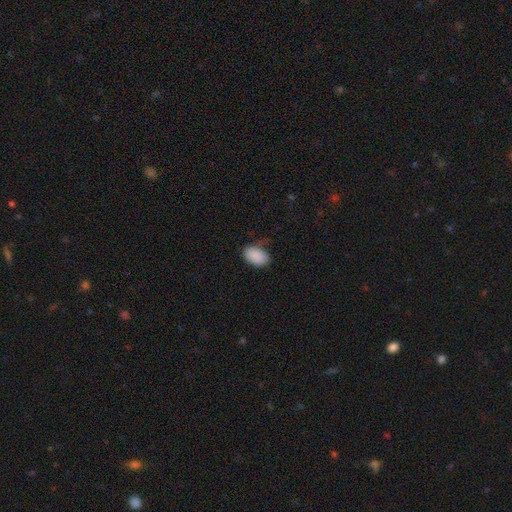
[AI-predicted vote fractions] Q: Smooth or featured?
A: smooth (89%); runner-up: star or artifact (7%)
Q: How rounded?
A: in between (92%); runner-up: round (7%)
Q: Merging?
A: none (67%); runner-up: minor disturbance (24%)